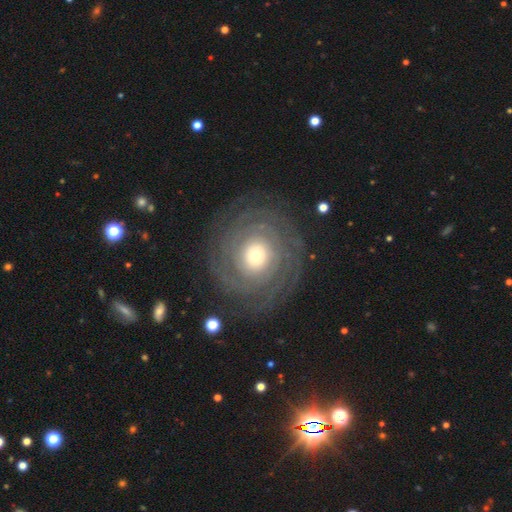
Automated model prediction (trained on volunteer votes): This is likely a featured or disk galaxy (79%). It is clearly not viewed edge-on (97%). Bar: clearly no (84%). Spiral arm pattern: clearly yes (91%). Spiral arm count: marginally can't tell (37%). Spiral winding: clearly tight (84%). Central bulge: possibly moderate (46%). Merging: clearly none (83%).